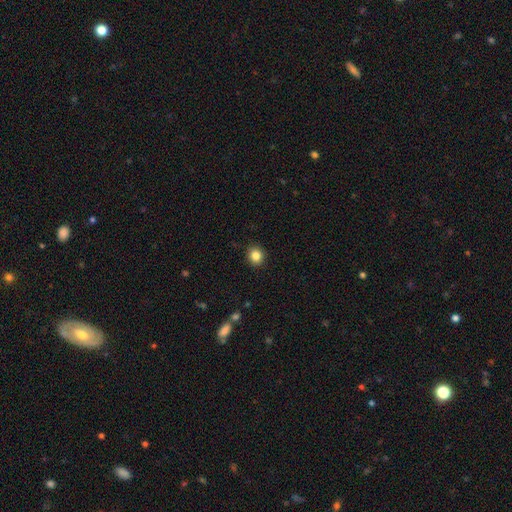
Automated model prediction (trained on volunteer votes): Smooth or featured? Predicted: smooth (p=0.84). How rounded? Predicted: round (p=0.79). Merging? Predicted: none (p=0.91).